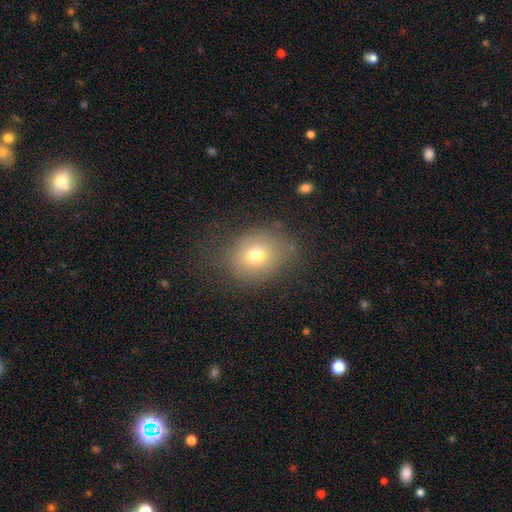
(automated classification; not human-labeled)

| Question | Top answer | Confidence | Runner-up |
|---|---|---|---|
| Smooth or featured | smooth | 70% | featured or disk (16%) |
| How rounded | round | 60% | in between (39%) |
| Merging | none | 64% | minor disturbance (22%) |